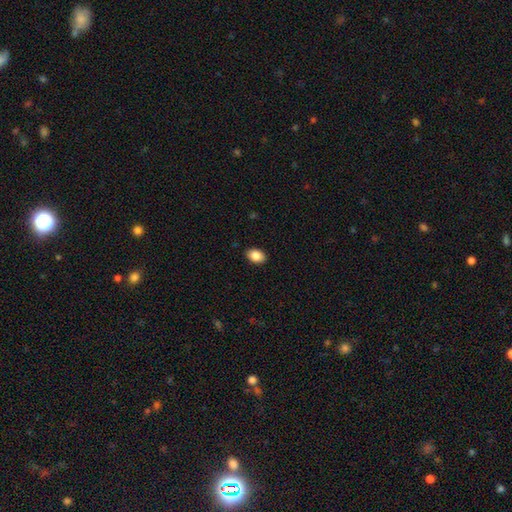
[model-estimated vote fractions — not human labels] The model was most divided on "how rounded": in between: 83%, round: 16%, cigar-shaped: 1%. More confident: merging — none (89%); smooth or featured — smooth (86%).